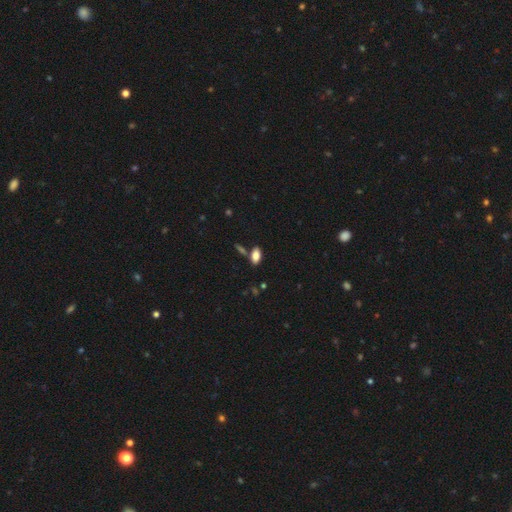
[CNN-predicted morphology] Smooth or featured? Predicted: smooth (p=0.82). How rounded? Predicted: in between (p=0.91). Merging? Predicted: none (p=0.75).